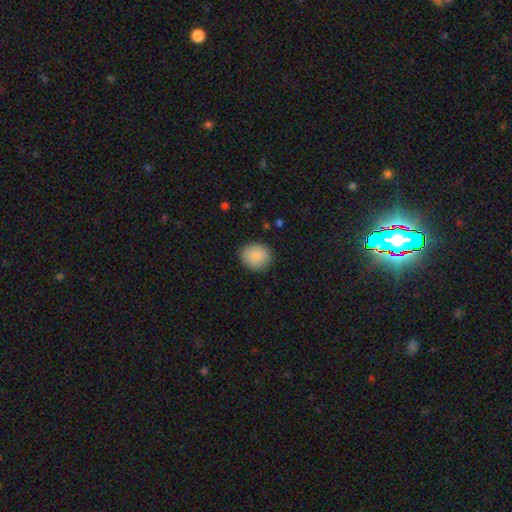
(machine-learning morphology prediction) This is clearly a smooth galaxy (88%). How rounded: clearly round (85%). Merging: clearly none (89%).